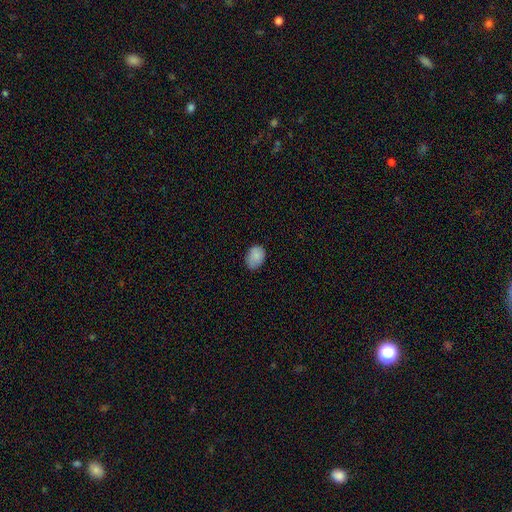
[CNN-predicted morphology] The model was most divided on "how rounded": in between: 72%, round: 27%, cigar-shaped: 1%. More confident: smooth or featured — smooth (87%); merging — none (73%).